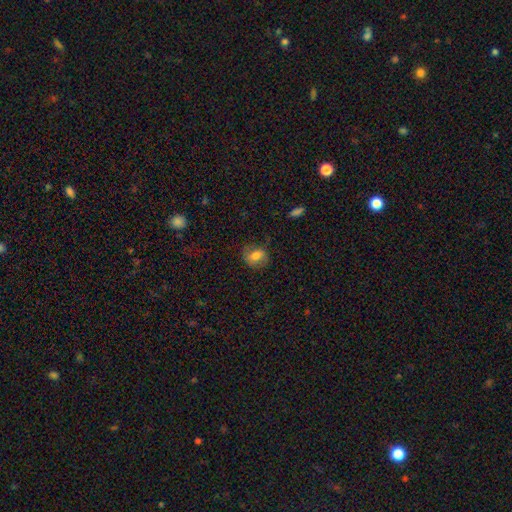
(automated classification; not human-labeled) A smooth galaxy with no disk features (70%) that is round (51%). Merging: none (72%).